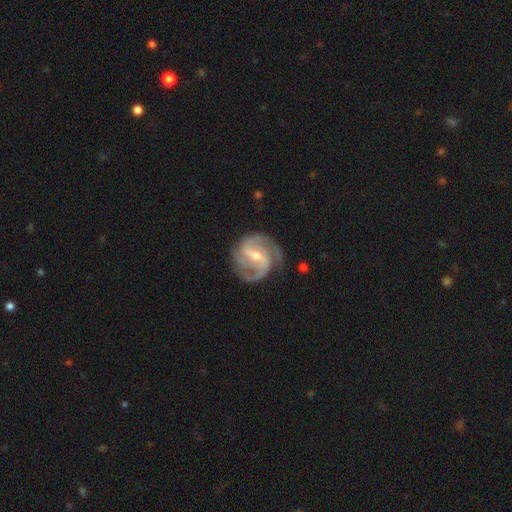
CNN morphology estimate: Overall: featured or disk (92%). Edge-on disk: no (98%). Bar: strong (45%; weak 41%). Spiral arms: yes (98%). Spiral arm count: 2 (65%). Spiral winding: medium (54%; tight 34%). Bulge size: small (56%; moderate 41%). Merging: none (76%).